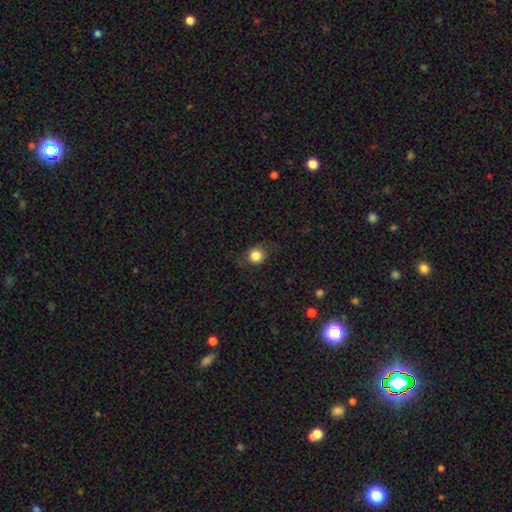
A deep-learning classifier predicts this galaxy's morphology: Q: Smooth or featured?
A: smooth (83%); runner-up: star or artifact (11%)
Q: How rounded?
A: round (87%); runner-up: in between (12%)
Q: Merging?
A: none (80%); runner-up: minor disturbance (14%)